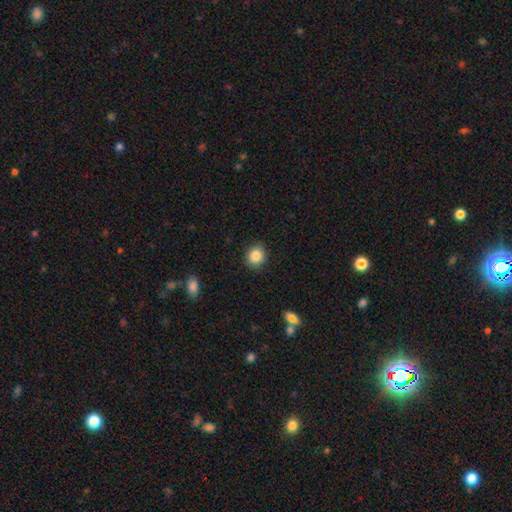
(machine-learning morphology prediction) Smooth or featured: smooth — 86% (star or artifact — 9%)
How rounded: round — 80% (in between — 19%)
Merging: none — 89% (minor disturbance — 8%)